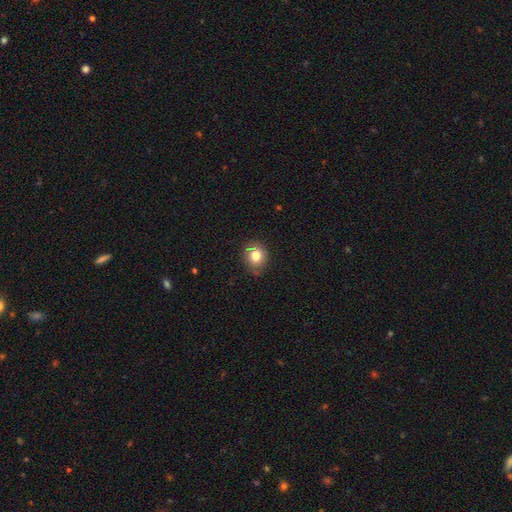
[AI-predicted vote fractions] smooth-or-featured: smooth: 77% | featured or disk: 11% | star or artifact: 11%
  how-rounded: round: 72% | in between: 27% | cigar-shaped: 1%
  merging: none: 77% | minor disturbance: 17% | major disturbance: 4% | merger: 2%